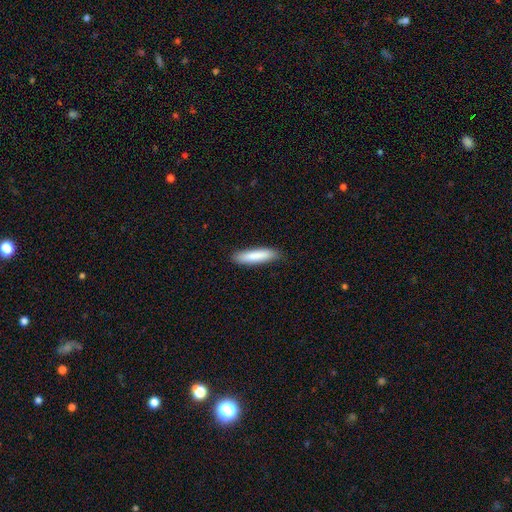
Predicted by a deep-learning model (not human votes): This is clearly a smooth galaxy (85%). How rounded: likely cigar-shaped (77%). Merging: clearly none (86%).